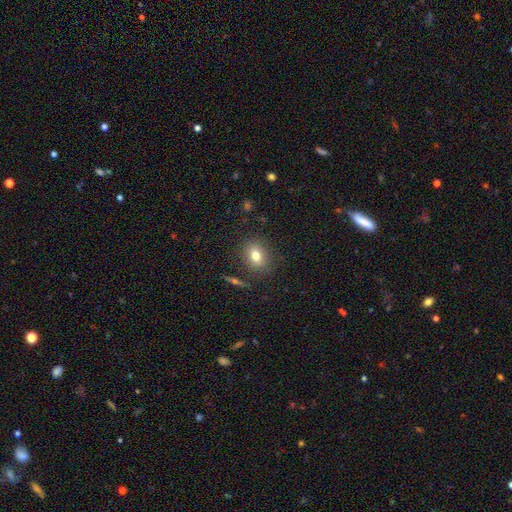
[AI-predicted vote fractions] Smooth or featured?
  - smooth: 75% *
  - featured or disk: 13%
  - star or artifact: 12%
How rounded?
  - in between: 53% *
  - round: 45%
  - cigar-shaped: 2%
Merging?
  - none: 85% *
  - minor disturbance: 10%
  - major disturbance: 3%
  - merger: 2%